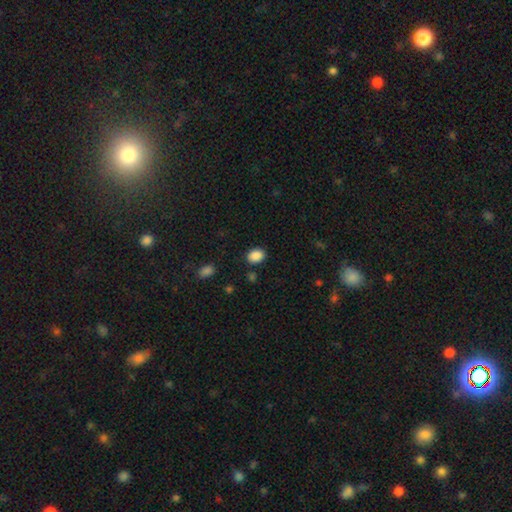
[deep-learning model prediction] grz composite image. It shows a smooth galaxy with no disk features (88%) that is in between round and cigar-shaped (62%). Merging: none (84%).